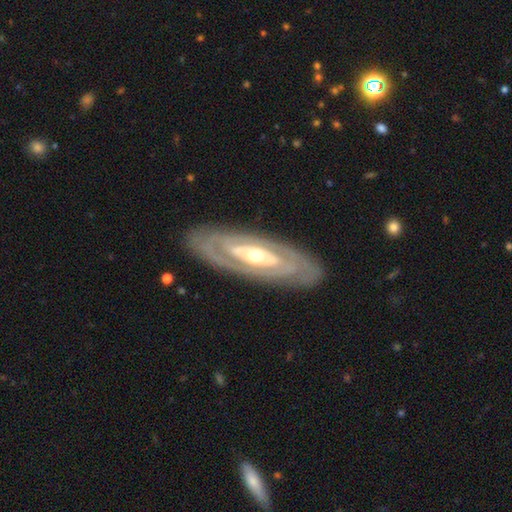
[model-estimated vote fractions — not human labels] This is clearly a featured or disk galaxy (82%). It is clearly not viewed edge-on (85%). Bar: likely no (67%). Spiral arm pattern: likely yes (63%). Central bulge: likely moderate (67%). Merging: clearly none (85%).